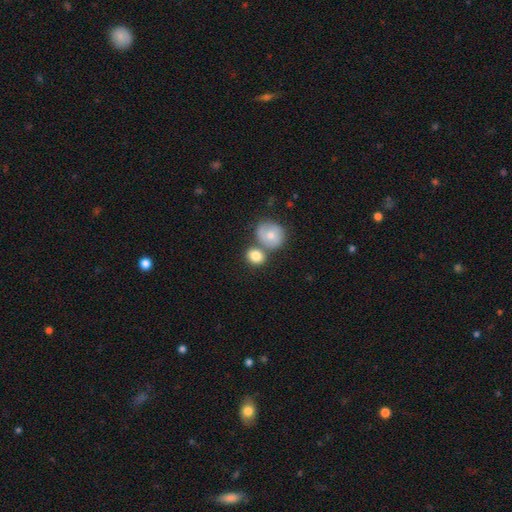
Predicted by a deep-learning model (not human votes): The model was most divided on "merging": none: 49%, merger: 35%, minor disturbance: 12%, major disturbance: 4%. More confident: smooth or featured — smooth (80%); how rounded — round (62%).